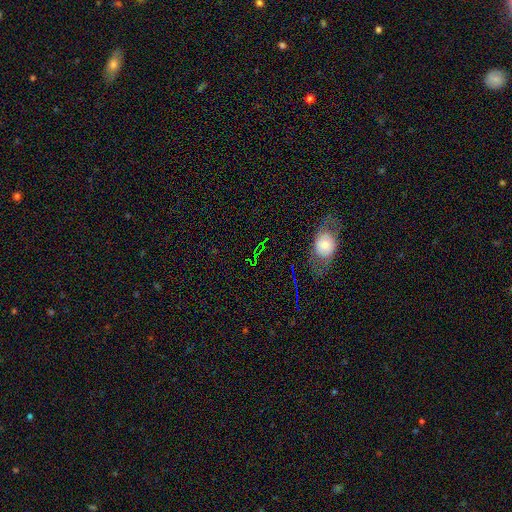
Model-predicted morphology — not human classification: This appears to be a star or artifact, not a galaxy (68%).